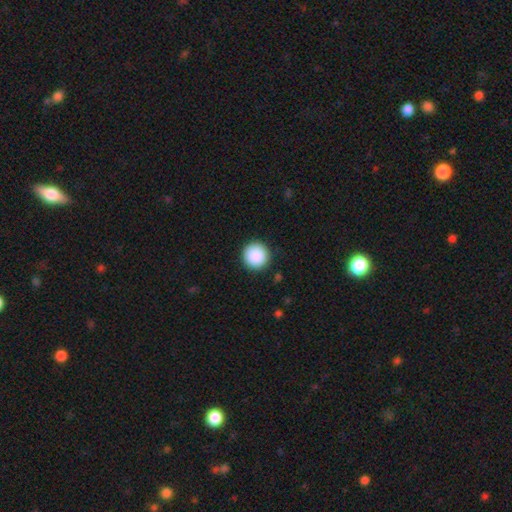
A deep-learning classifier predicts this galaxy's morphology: This is clearly a smooth galaxy (89%). How rounded: clearly round (96%). Merging: clearly none (92%).